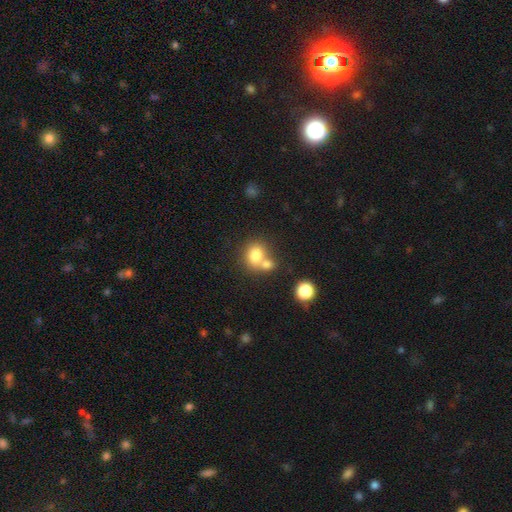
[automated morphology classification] This appears to be a smooth galaxy with no disk features (77%) that is round (64%). Merging: merger (48%).